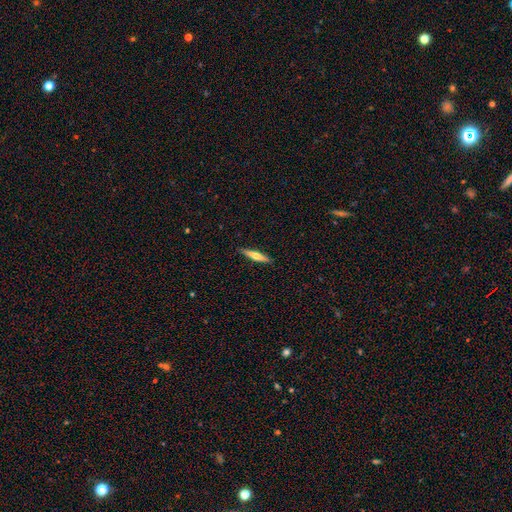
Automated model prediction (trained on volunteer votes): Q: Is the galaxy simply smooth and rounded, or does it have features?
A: smooth — 49%.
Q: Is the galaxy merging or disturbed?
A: none — 89%.